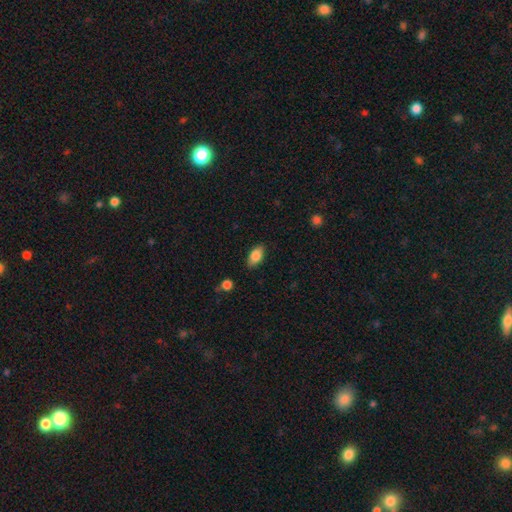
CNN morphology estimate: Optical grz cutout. It shows a smooth galaxy with no disk features (83%) that is in between round and cigar-shaped (90%). Merging: none (85%).